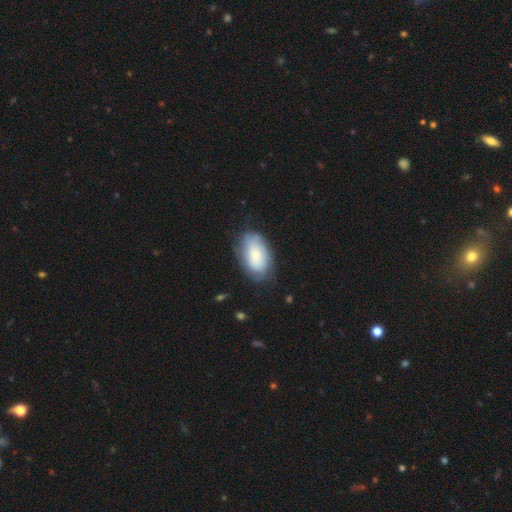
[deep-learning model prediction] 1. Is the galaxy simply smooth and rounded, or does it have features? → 63% smooth, 30% featured or disk, 7% star or artifact.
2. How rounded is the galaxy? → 93% in between, 6% round, 2% cigar-shaped.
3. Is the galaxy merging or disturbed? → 66% none, 24% minor disturbance, 8% major disturbance, 2% merger.